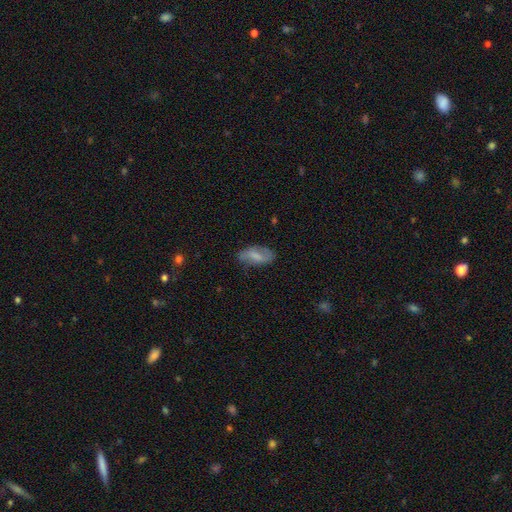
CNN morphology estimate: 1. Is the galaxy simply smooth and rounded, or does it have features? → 56% smooth, 36% featured or disk, 8% star or artifact.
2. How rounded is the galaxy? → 90% in between, 7% cigar-shaped, 4% round.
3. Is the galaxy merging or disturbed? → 66% none, 24% minor disturbance, 8% major disturbance, 2% merger.